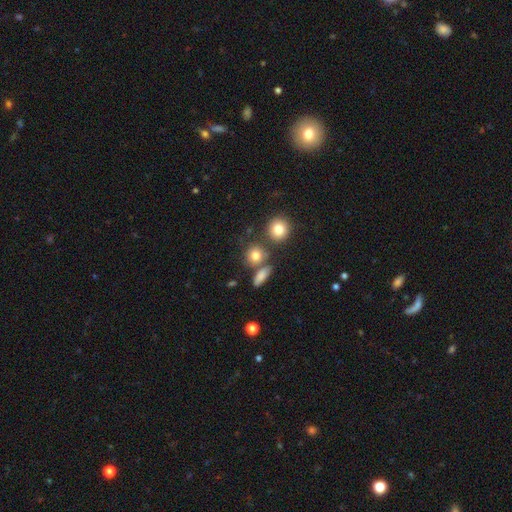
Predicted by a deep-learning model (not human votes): smooth_or_featured: smooth (p=0.79) [alt: star or artifact p=0.12]
how_rounded: round (p=0.80) [alt: in between p=0.18]
merging: none (p=0.65) [alt: merger p=0.18]